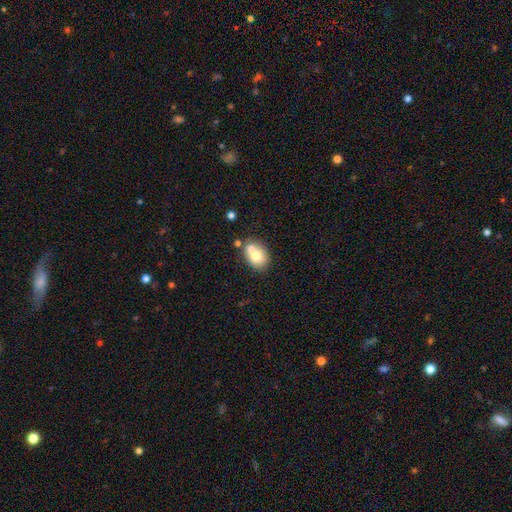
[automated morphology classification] smooth-or-featured: smooth: 70% | featured or disk: 21% | star or artifact: 9%
  how-rounded: in between: 62% | round: 36% | cigar-shaped: 1%
  merging: none: 47% | merger: 35% | minor disturbance: 14% | major disturbance: 4%